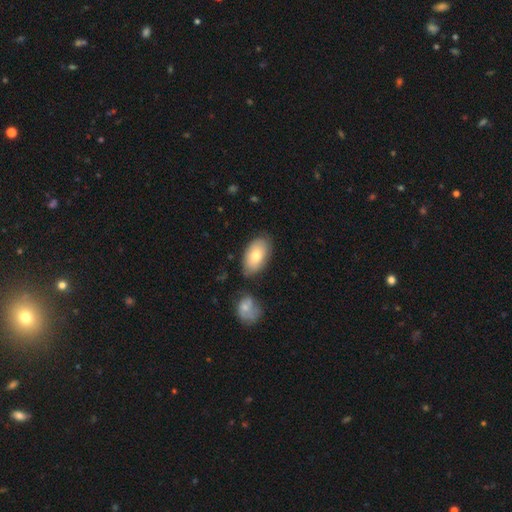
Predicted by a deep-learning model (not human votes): This appears to be a smooth galaxy with no disk features (75%) that is in between round and cigar-shaped (94%). Merging: none (73%).